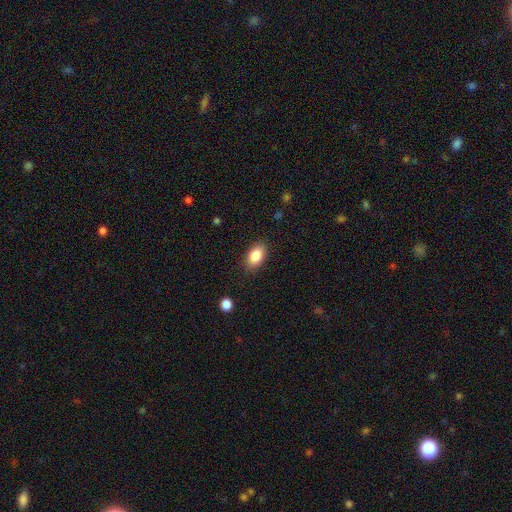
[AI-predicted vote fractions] Overall: smooth (86%). How rounded: in between (91%). Merging: none (86%).